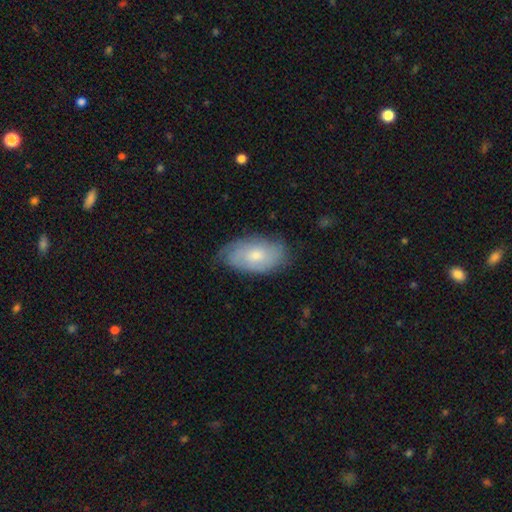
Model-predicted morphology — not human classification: type=smooth (55%); roundness=in between (93%); merging=none (70%).